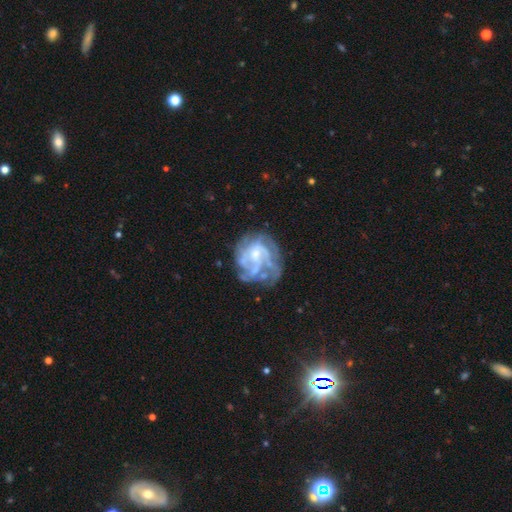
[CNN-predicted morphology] A featured or disk galaxy (79%) with no bar (65%), tight (50%) spiral arms (78%) and a moderate central bulge (39%, tied with small).

Vote fractions:
- Smooth or featured? featured or disk: 79% / smooth: 13% / star or artifact: 8%
- Edge-on disk? no: 98% / yes: 2%
- Bar? no: 65% / weak: 29% / strong: 6%
- Spiral arms? yes: 78% / no: 22%
- Spiral winding? tight: 50% / medium: 35% / loose: 15%
- Spiral arm count? can't tell: 42% / 3: 20% / 4: 16% / 2: 11% / more than 4: 6% / 1: 5%
- Bulge size? moderate: 39% (tied) / small: 39% (tied) / none: 15% / large: 5% / dominant: 1%
- Merging? none: 50% / major disturbance: 23% / minor disturbance: 21% / merger: 5%